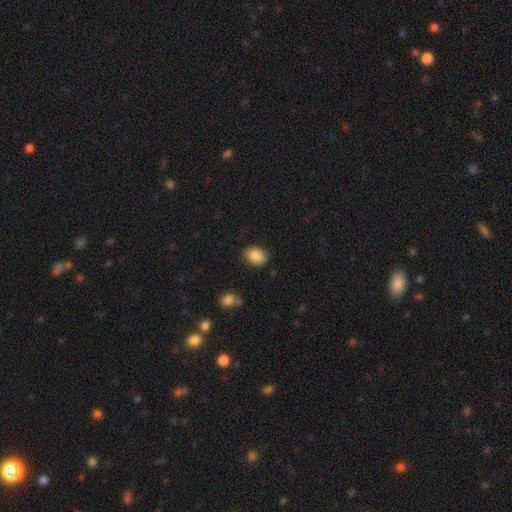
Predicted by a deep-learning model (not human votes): smooth_or_featured: smooth (p=0.87) [alt: star or artifact p=0.07]
how_rounded: in between (p=0.78) [alt: round p=0.21]
merging: none (p=0.80) [alt: minor disturbance p=0.15]